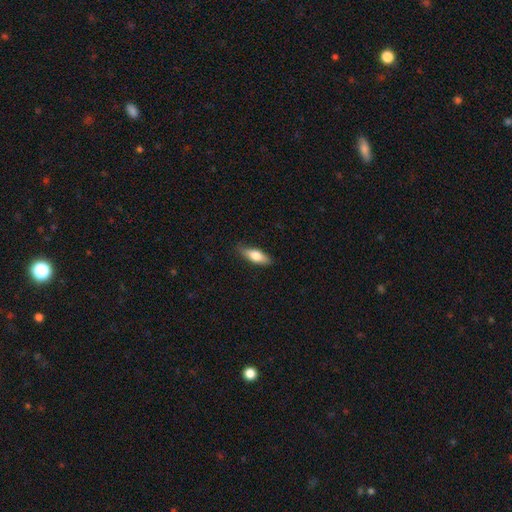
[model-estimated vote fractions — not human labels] smooth 69%, featured or disk 25%, star or artifact 6%. Down the decision tree: how rounded — in between (60%); merging — none (85%).